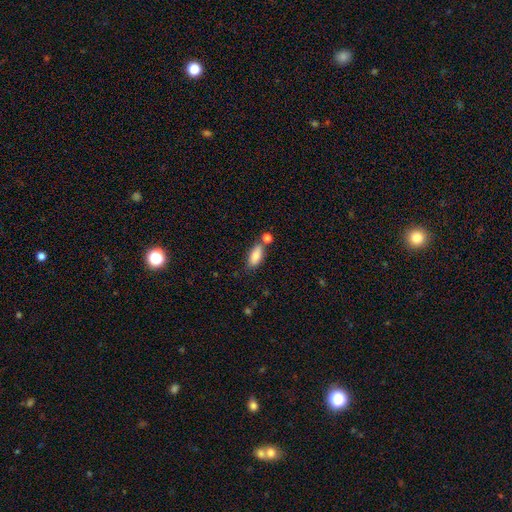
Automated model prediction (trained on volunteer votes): Smooth or featured? smooth (83%)
How rounded? in between (83%)
Merging? none (55%)